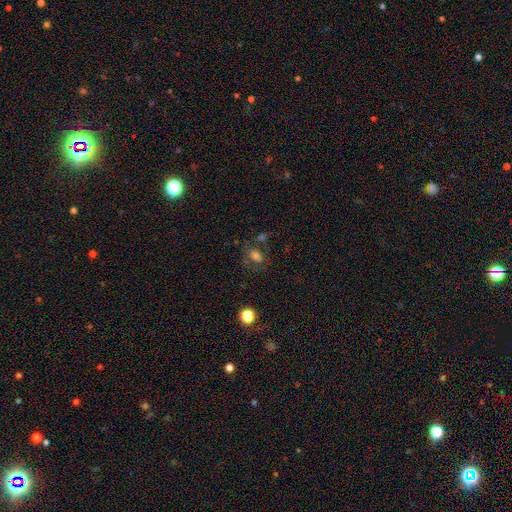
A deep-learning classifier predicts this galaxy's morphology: A smooth galaxy with no disk features (61%) that is in between round and cigar-shaped (73%). Merging: none (52%).